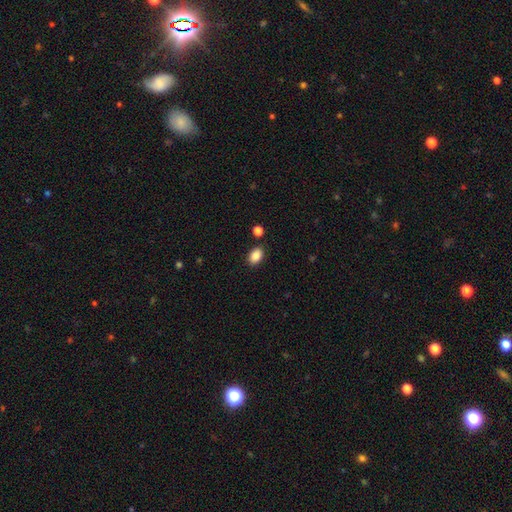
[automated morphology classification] Q: Smooth or featured?
A: smooth (87%); runner-up: star or artifact (9%)
Q: How rounded?
A: in between (85%); runner-up: round (14%)
Q: Merging?
A: none (85%); runner-up: minor disturbance (9%)